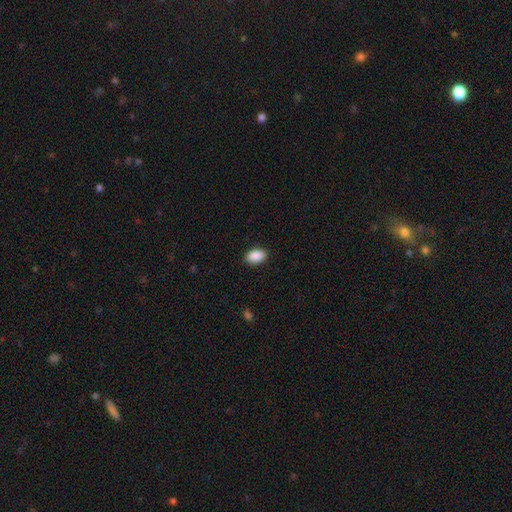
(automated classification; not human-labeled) This appears to be a smooth galaxy with no disk features (91%) that is in between round and cigar-shaped (90%). Merging: none (89%).